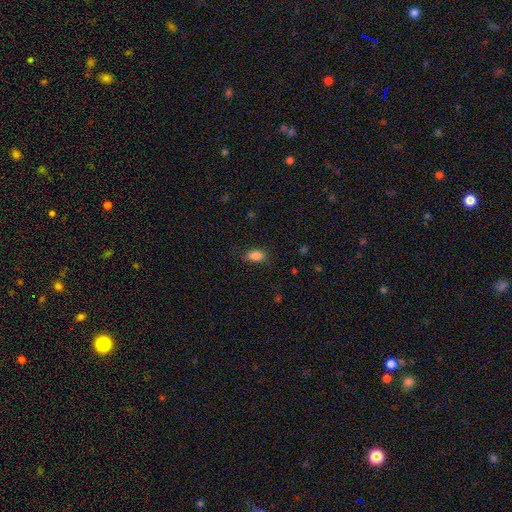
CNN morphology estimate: A smooth galaxy with no disk features (87%) that is in between round and cigar-shaped (89%).

Vote fractions:
- Smooth or featured? smooth: 87% / star or artifact: 9% / featured or disk: 4%
- How rounded? in between: 89% / round: 7% / cigar-shaped: 3%
- Merging? none: 82% / minor disturbance: 13% / major disturbance: 4% / merger: 1%